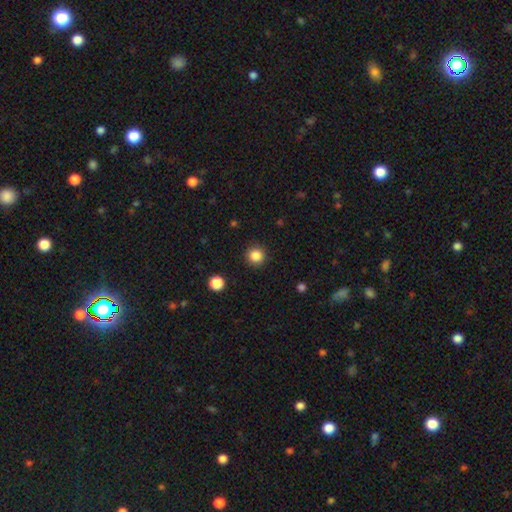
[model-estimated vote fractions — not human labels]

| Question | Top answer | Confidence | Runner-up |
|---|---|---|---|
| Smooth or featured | smooth | 85% | star or artifact (12%) |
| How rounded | round | 94% | in between (6%) |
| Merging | none | 90% | minor disturbance (6%) |